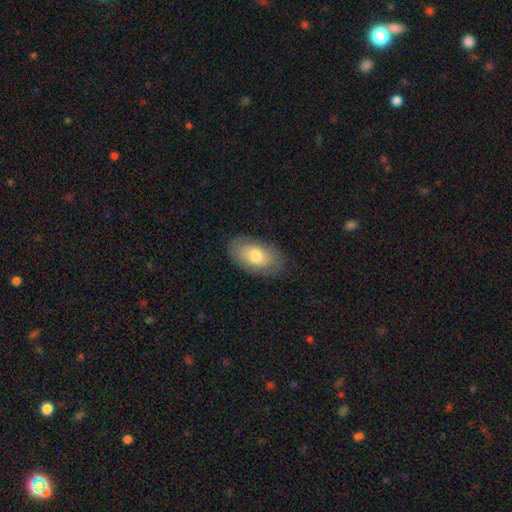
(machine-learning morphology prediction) smooth-or-featured: smooth: 71% | featured or disk: 23% | star or artifact: 6%
  how-rounded: in between: 93% | round: 5% | cigar-shaped: 1%
  merging: none: 80% | minor disturbance: 15% | major disturbance: 4% | merger: 1%